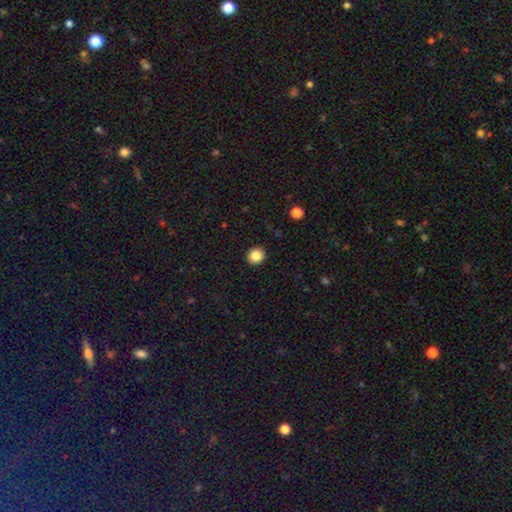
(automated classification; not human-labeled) Smooth or featured? smooth (86%)
How rounded? round (86%)
Merging? none (92%)